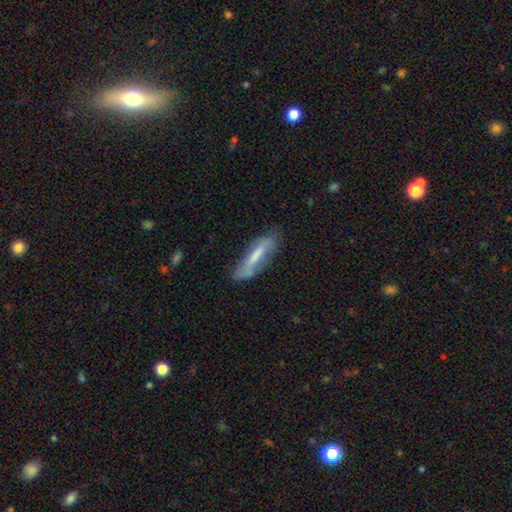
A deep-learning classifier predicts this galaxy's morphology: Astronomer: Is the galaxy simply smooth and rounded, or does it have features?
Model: smooth — 48% (runner-up: featured or disk, 45%).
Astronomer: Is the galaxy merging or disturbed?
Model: none — 62%.